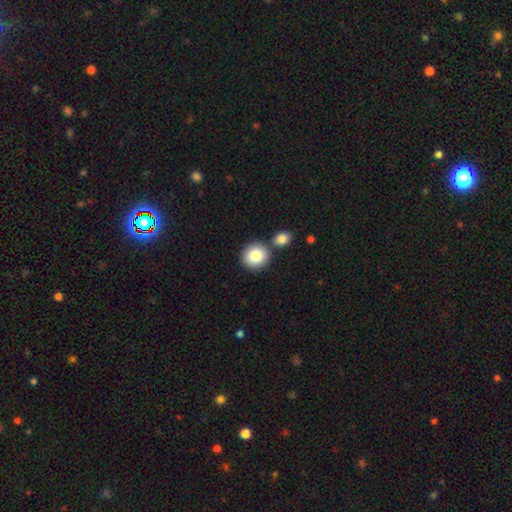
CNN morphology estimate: type=smooth (83%); roundness=round (89%); merging=none (72%).